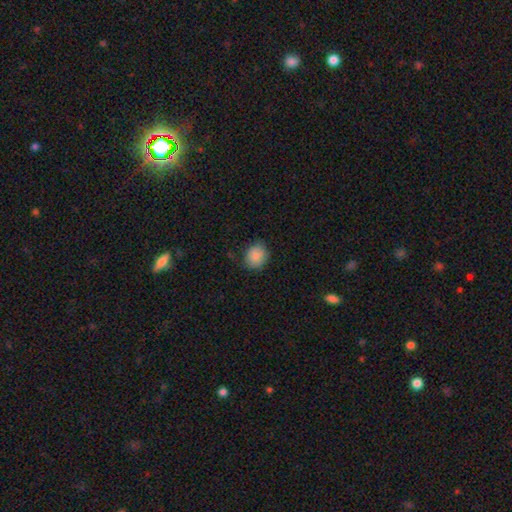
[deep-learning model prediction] Smooth or featured: smooth — 87% (star or artifact — 8%)
How rounded: round — 71% (in between — 28%)
Merging: none — 80% (minor disturbance — 16%)